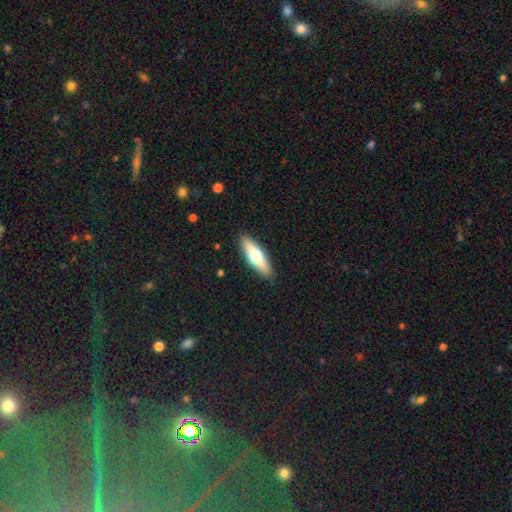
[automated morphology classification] Smooth or featured? smooth (54%)
How rounded? cigar-shaped (57%)
Merging? none (89%)